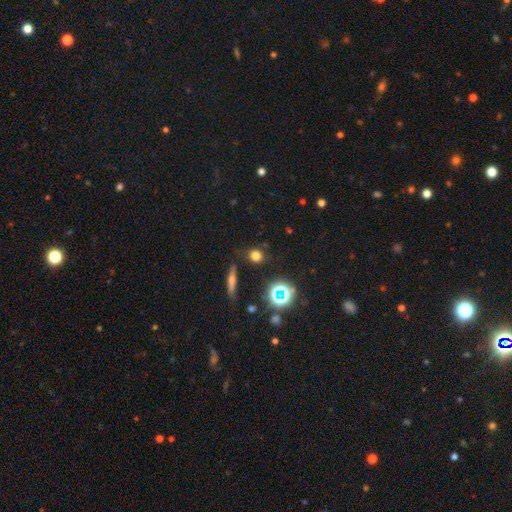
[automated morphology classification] Smooth or featured? Predicted: smooth (p=0.69). How rounded? Predicted: round (p=0.76). Merging? Predicted: none (p=0.82).